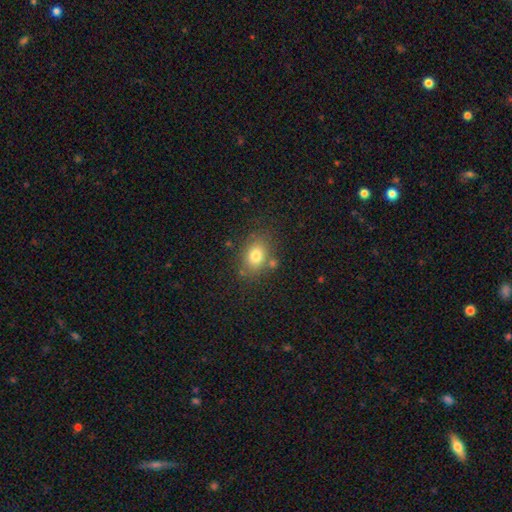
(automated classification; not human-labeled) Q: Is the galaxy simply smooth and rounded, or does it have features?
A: smooth — 77%.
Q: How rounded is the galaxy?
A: in between — 67%.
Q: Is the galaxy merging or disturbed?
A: none — 73%.